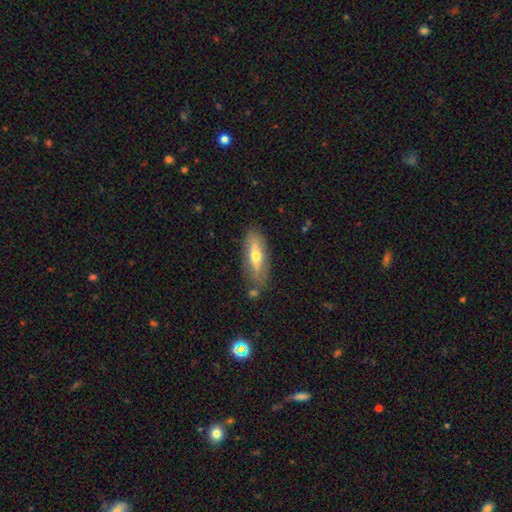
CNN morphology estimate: Smooth or featured: smooth — 52% (featured or disk — 42%)
How rounded: in between — 59% (cigar-shaped — 38%)
Merging: none — 73% (minor disturbance — 18%)